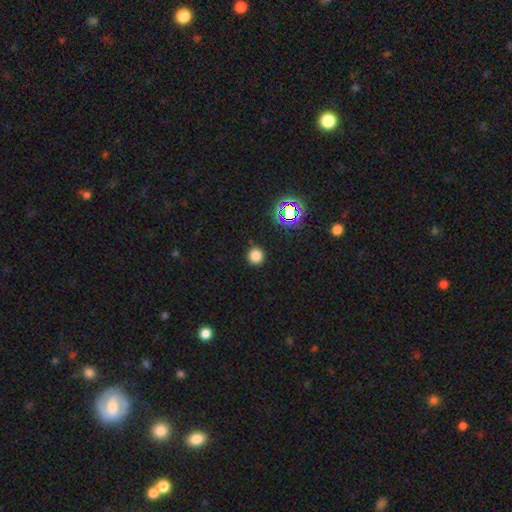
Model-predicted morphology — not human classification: smooth 78%, star or artifact 18%, featured or disk 4%. Down the decision tree: how rounded — round (94%); merging — none (90%).